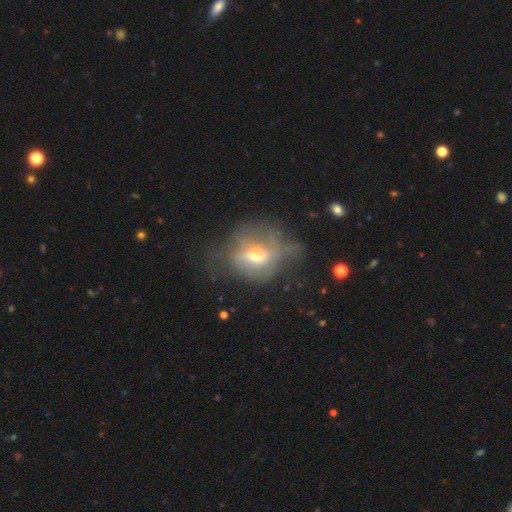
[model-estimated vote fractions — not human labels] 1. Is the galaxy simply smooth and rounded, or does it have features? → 53% featured or disk, 36% smooth, 11% star or artifact.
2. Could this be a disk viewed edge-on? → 86% no, 14% yes.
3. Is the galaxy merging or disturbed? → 36% none, 32% major disturbance, 28% minor disturbance, 4% merger.